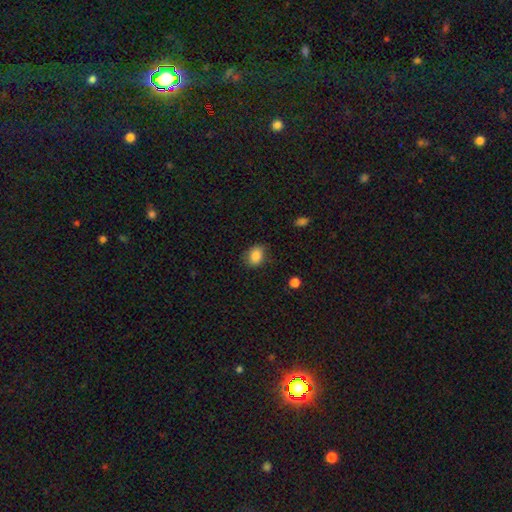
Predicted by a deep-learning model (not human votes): Smooth or featured?
  - smooth: 86% *
  - star or artifact: 9%
  - featured or disk: 6%
How rounded?
  - in between: 65% *
  - round: 34%
  - cigar-shaped: 1%
Merging?
  - none: 73% *
  - minor disturbance: 21%
  - major disturbance: 5%
  - merger: 1%